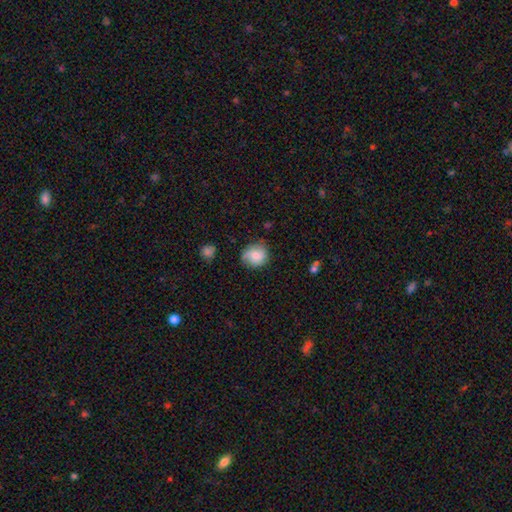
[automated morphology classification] This is likely a smooth galaxy (61%). How rounded: likely round (79%). Merging: likely none (69%).